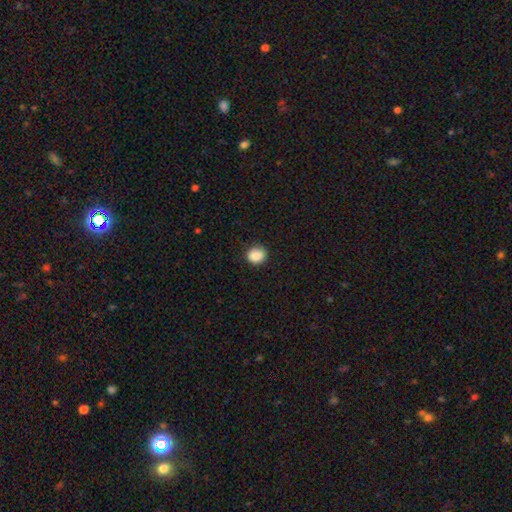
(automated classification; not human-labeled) Smooth or featured? Predicted: smooth (p=0.88). How rounded? Predicted: round (p=0.74). Merging? Predicted: none (p=0.85).